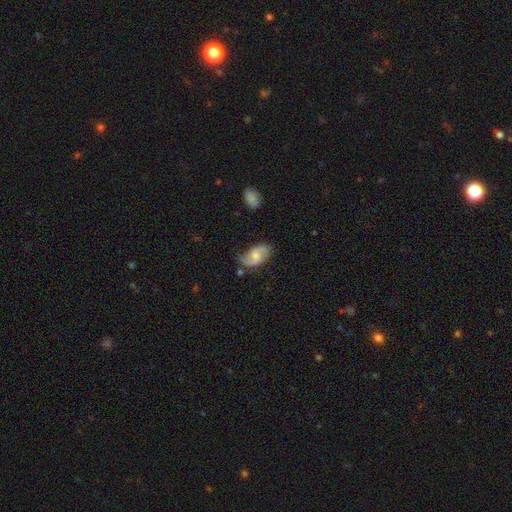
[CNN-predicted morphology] smooth-or-featured: featured or disk: 69% | smooth: 24% | star or artifact: 6%
  disk-edge-on: no: 97% | yes: 3%
    bar: no: 54% | weak: 40% | strong: 6%
    has-spiral-arms: yes: 94% | no: 6%
      spiral-winding: medium: 43% | loose: 41% | tight: 16%
      spiral-arm-count: 2: 88% | can't tell: 6% | 1: 4% | 3: 1% | 4: 1% | more than 4: 1%
    bulge-size: moderate: 43% | small: 36% | none: 13% | large: 6% | dominant: 1%
  merging: none: 68% | minor disturbance: 23% | major disturbance: 7% | merger: 3%